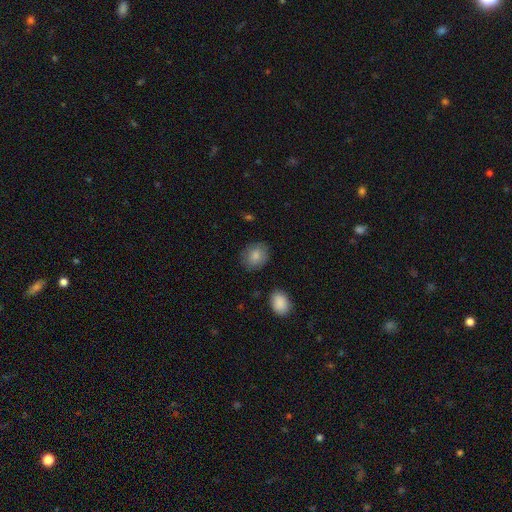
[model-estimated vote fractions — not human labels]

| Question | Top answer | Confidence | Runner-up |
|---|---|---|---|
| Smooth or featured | smooth | 84% | featured or disk (8%) |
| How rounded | round | 62% | in between (37%) |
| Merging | none | 83% | minor disturbance (12%) |